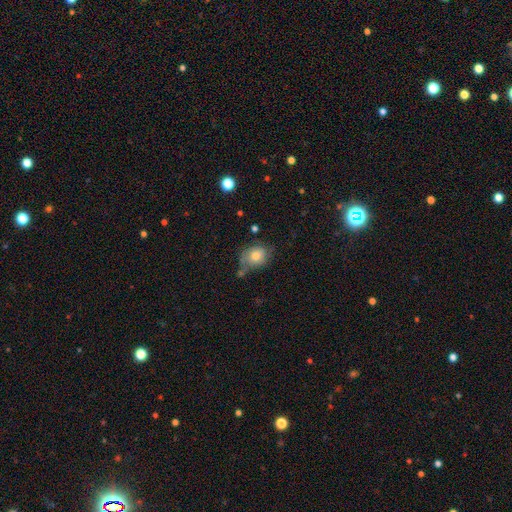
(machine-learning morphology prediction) smooth 71%, featured or disk 20%, star or artifact 9%. Down the decision tree: how rounded — round (55%); merging — none (48%).